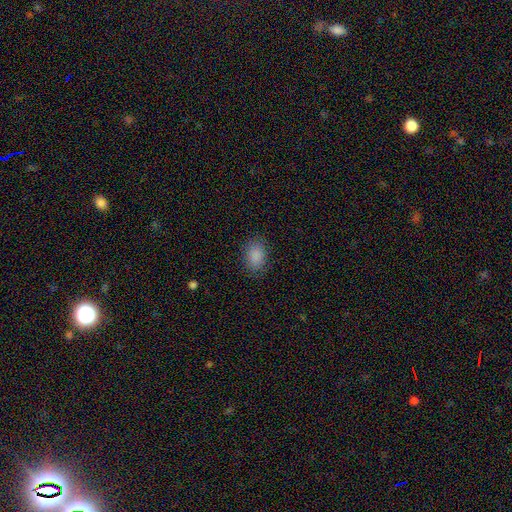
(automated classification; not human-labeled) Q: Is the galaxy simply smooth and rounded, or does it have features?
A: smooth — 88%.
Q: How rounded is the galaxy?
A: in between — 73%.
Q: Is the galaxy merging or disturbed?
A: none — 85%.